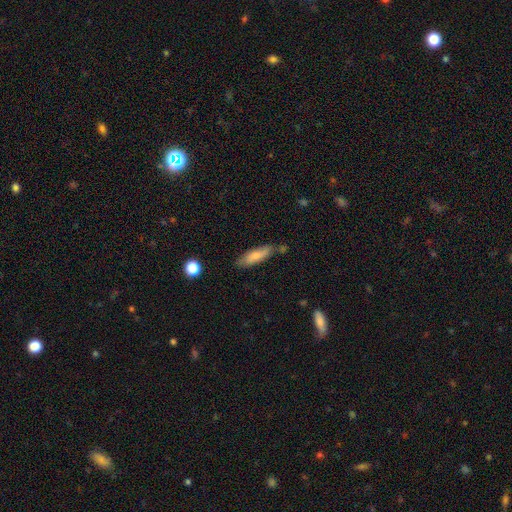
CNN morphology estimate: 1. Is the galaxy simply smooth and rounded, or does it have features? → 77% smooth, 16% featured or disk, 7% star or artifact.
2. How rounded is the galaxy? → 58% cigar-shaped, 40% in between, 2% round.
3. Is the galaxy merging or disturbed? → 66% none, 23% minor disturbance, 6% merger, 5% major disturbance.